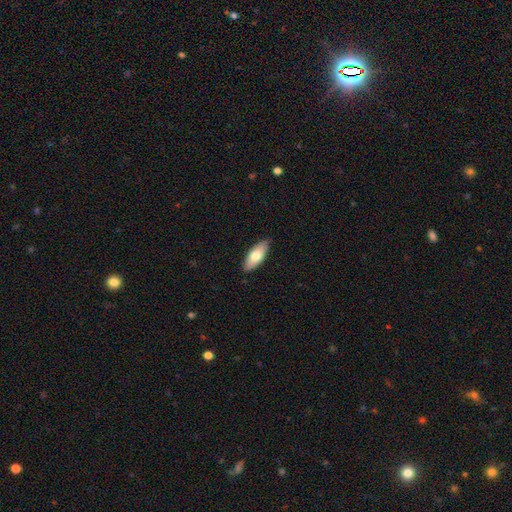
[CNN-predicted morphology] A smooth galaxy with no disk features (73%) that is in between round and cigar-shaped (79%). Merging: none (86%).